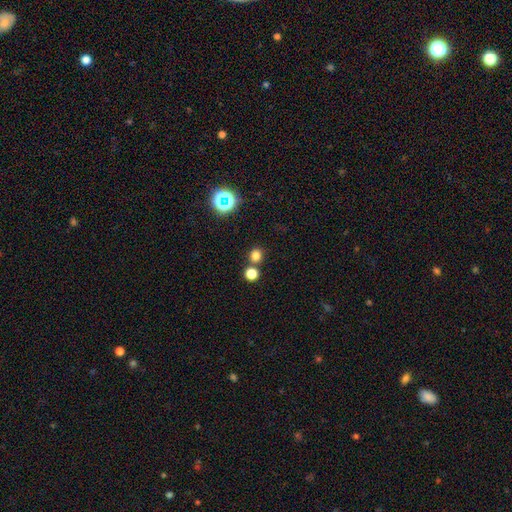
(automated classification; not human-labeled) Overall: smooth (75%). How rounded: round (85%). Merging: none (72%).